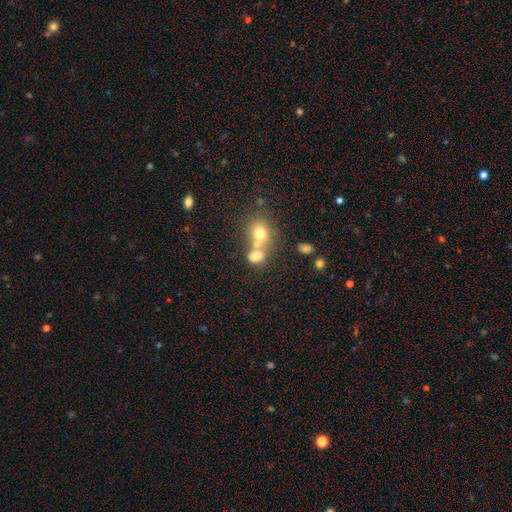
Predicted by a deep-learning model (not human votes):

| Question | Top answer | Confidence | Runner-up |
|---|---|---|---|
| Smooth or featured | smooth | 71% | featured or disk (16%) |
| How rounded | in between | 52% | round (47%) |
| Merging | merger | 55% | none (31%) |